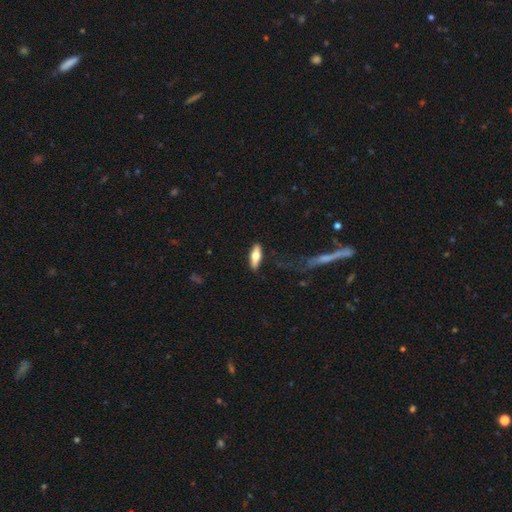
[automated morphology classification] Smooth or featured: smooth — 59% (featured or disk — 35%)
How rounded: in between — 58% (cigar-shaped — 39%)
Merging: none — 85% (minor disturbance — 10%)